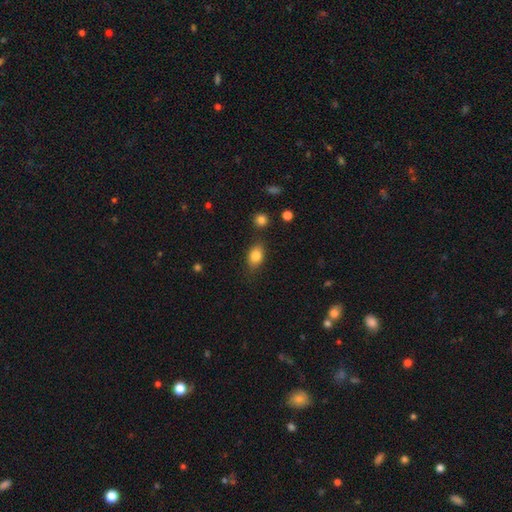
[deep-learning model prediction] A smooth galaxy with no disk features (82%) that is in between round and cigar-shaped (79%). Merging: none (78%).